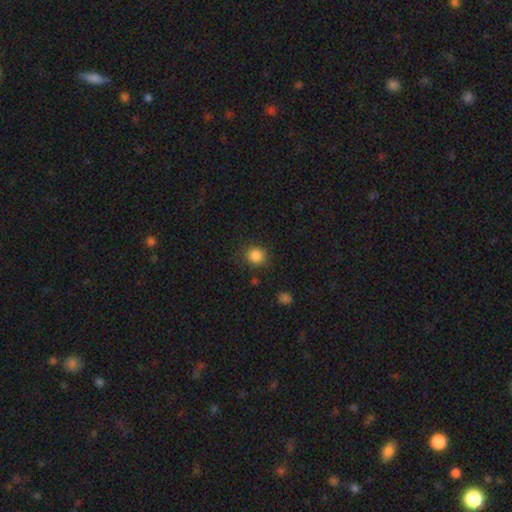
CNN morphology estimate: The model was most divided on "merging": none: 84%, minor disturbance: 10%, major disturbance: 4%, merger: 2%. More confident: how rounded — round (89%); smooth or featured — smooth (85%).